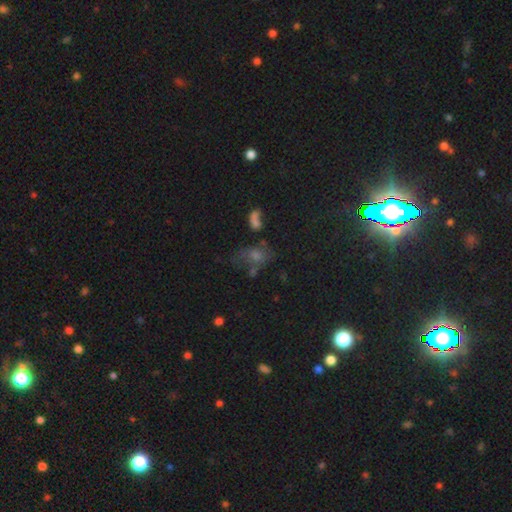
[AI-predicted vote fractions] This is marginally a star or artifact rather than a galaxy (40%).